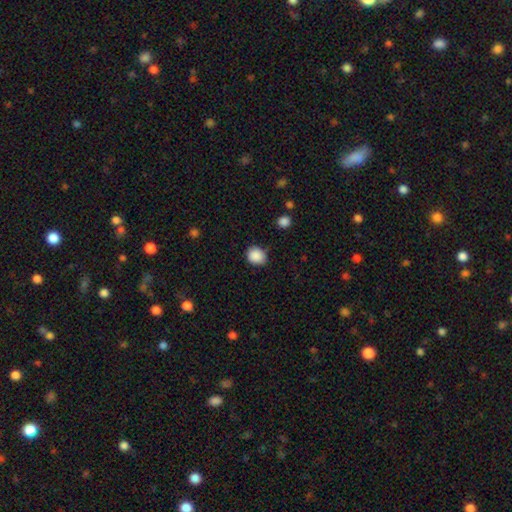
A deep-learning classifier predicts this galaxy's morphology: type=smooth (88%); roundness=round (69%); merging=none (80%).